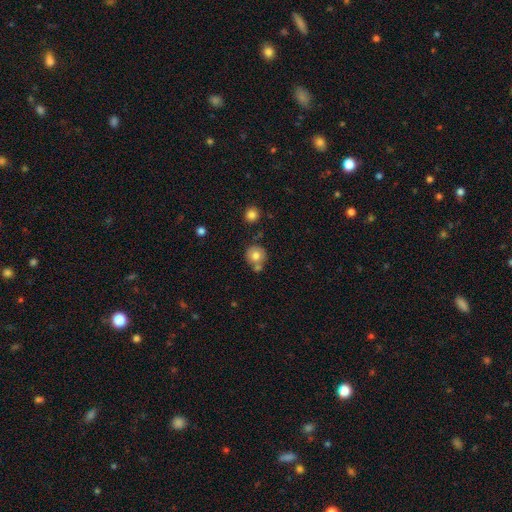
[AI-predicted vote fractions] A smooth galaxy with no disk features (77%) that is round (90%). Merging: none (63%).